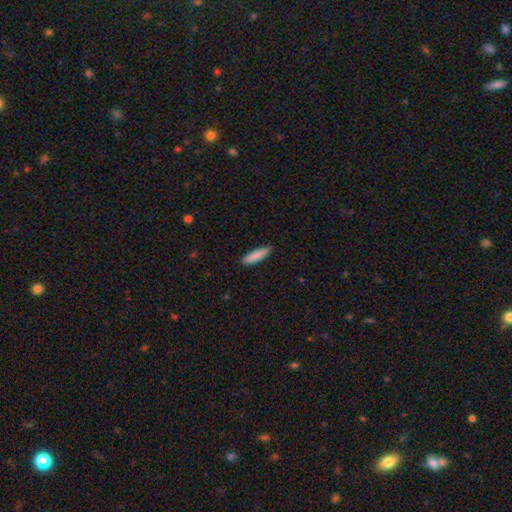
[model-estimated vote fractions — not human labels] Smooth or featured: smooth — 87% (featured or disk — 7%)
How rounded: cigar-shaped — 78% (in between — 21%)
Merging: none — 89% (minor disturbance — 8%)